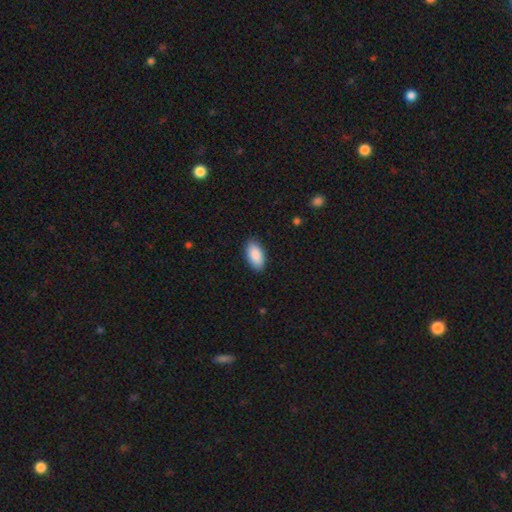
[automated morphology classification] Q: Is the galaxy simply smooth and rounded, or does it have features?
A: smooth — 90%.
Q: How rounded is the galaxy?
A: in between — 95%.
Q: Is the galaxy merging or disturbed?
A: none — 88%.